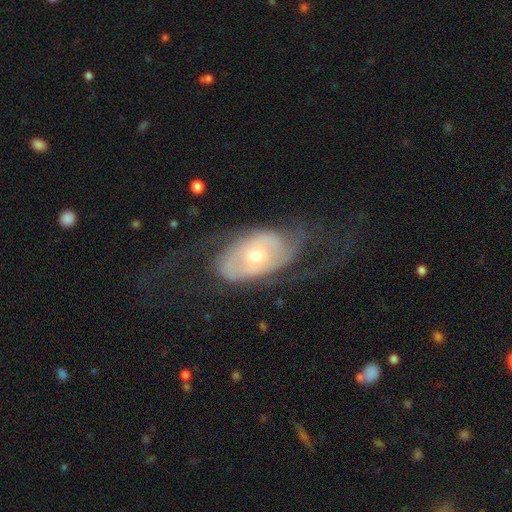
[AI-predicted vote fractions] smooth-or-featured: featured or disk: 76% | smooth: 18% | star or artifact: 6%
  disk-edge-on: no: 92% | yes: 8%
    bar: no: 65% | weak: 25% | strong: 10%
    has-spiral-arms: yes: 78% | no: 22%
      spiral-winding: medium: 36% | tight: 32% | loose: 32%
      spiral-arm-count: 2: 66% | can't tell: 22% | 1: 5% | 3: 4% | 4: 2% | more than 4: 2%
    bulge-size: moderate: 57% | small: 36% | large: 4% | dominant: 1% | none: 1%
  merging: none: 56% | major disturbance: 26% | minor disturbance: 17% | merger: 2%